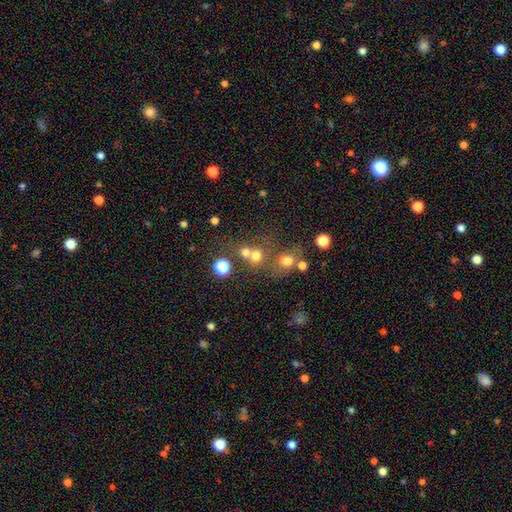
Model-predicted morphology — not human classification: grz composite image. It shows a smooth galaxy with no disk features (67%) that is round (83%). Merging: none (48%).